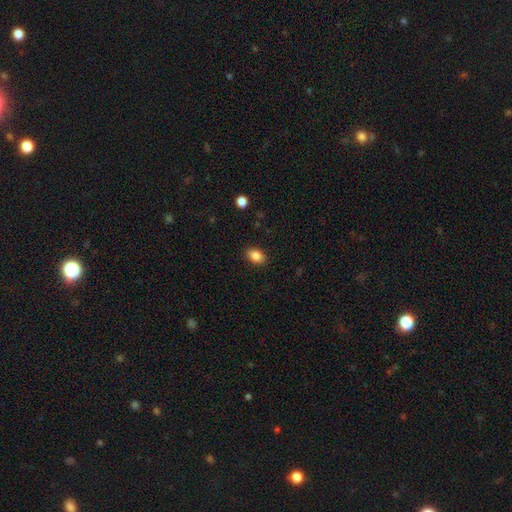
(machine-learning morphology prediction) This is clearly a smooth galaxy (86%). How rounded: clearly in between (85%). Merging: clearly none (88%).